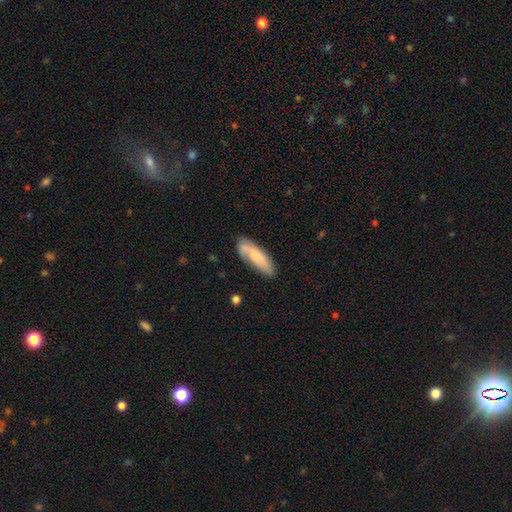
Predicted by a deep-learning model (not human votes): Morphology: type=smooth (66%); roundness=in between (53%); merging=none (66%).